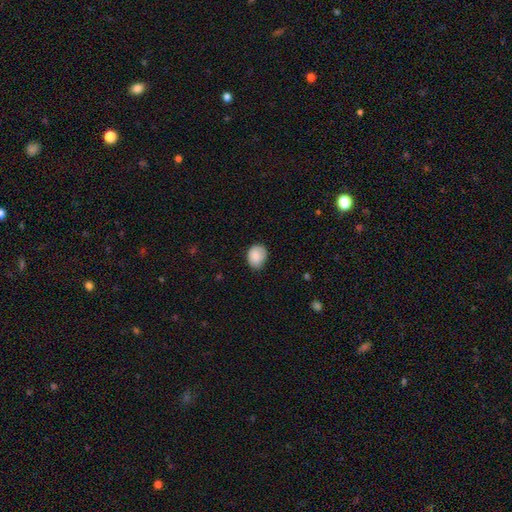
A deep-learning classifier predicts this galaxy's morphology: A smooth galaxy with no disk features (87%) that is in between round and cigar-shaped (52%). Merging: none (73%).